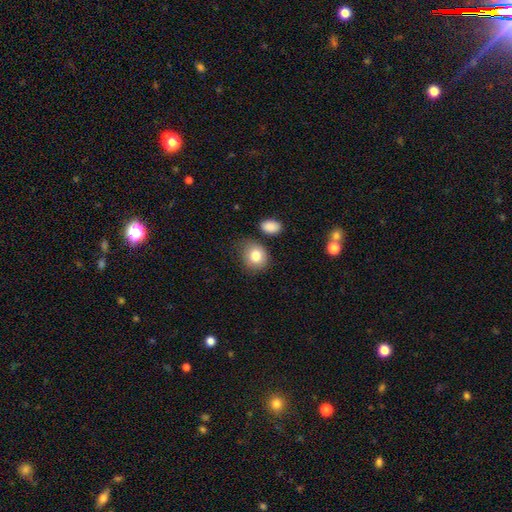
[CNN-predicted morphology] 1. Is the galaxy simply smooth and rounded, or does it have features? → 82% smooth, 9% featured or disk, 9% star or artifact.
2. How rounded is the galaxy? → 61% round, 38% in between, 1% cigar-shaped.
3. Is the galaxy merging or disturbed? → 66% none, 20% minor disturbance, 7% merger, 6% major disturbance.